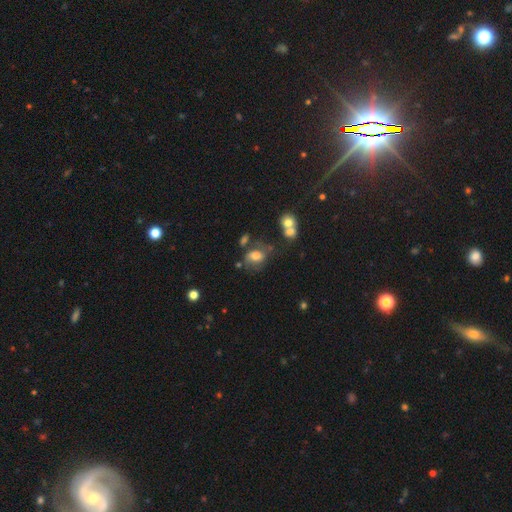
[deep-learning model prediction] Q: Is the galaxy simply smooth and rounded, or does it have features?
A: smooth — 63%.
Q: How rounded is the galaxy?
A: in between — 69%.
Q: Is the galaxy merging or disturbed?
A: none — 47%.